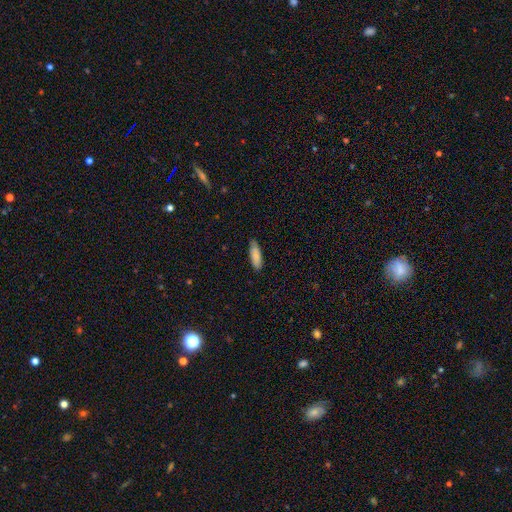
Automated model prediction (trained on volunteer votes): The model was most divided on "how rounded": in between: 57%, cigar-shaped: 41%, round: 2%. More confident: smooth or featured — smooth (85%); merging — none (80%).